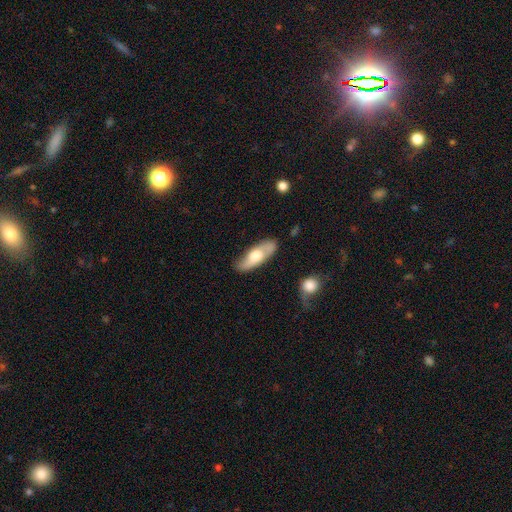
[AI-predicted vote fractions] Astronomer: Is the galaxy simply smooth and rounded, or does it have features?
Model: smooth — 54% (runner-up: featured or disk, 41%).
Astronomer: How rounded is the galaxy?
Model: in between — 64%.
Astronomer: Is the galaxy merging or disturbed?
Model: none — 75%.